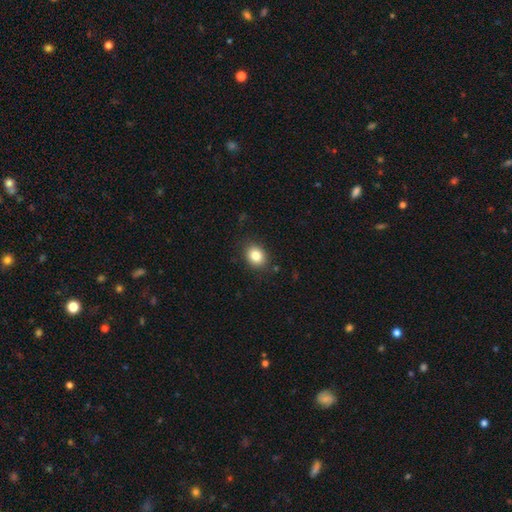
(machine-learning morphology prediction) Smooth or featured? smooth (83%)
How rounded? round (51%)
Merging? none (87%)